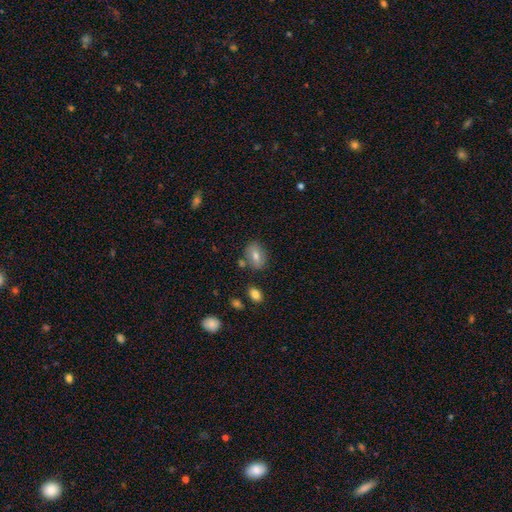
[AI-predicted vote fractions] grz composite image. It shows a smooth galaxy with no disk features (71%) that is in between round and cigar-shaped (74%). Merging: none (77%).